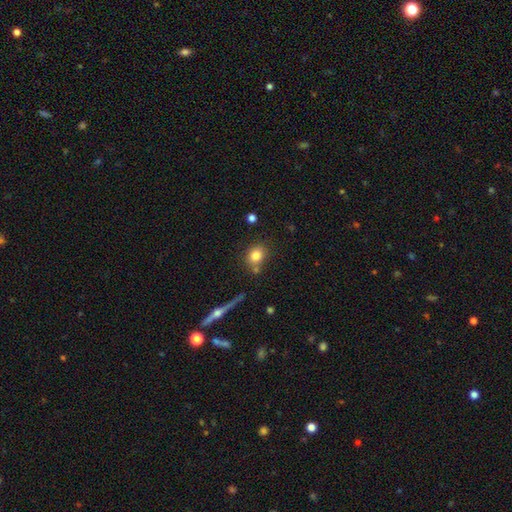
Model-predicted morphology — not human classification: Smooth or featured?
  - smooth: 79% *
  - featured or disk: 10%
  - star or artifact: 10%
How rounded?
  - round: 64% *
  - in between: 34%
  - cigar-shaped: 2%
Merging?
  - none: 70% *
  - minor disturbance: 14%
  - merger: 12%
  - major disturbance: 4%